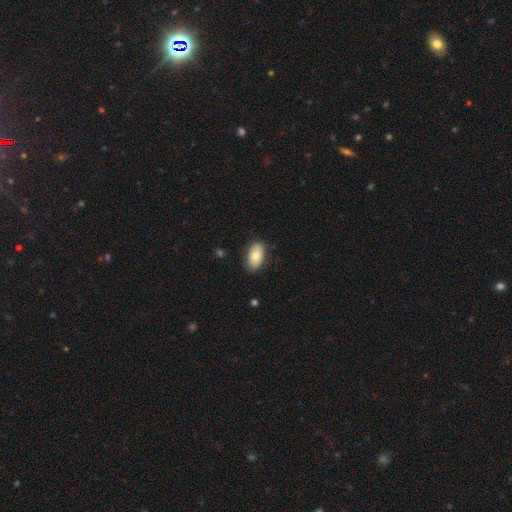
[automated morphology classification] A smooth galaxy with no disk features (77%) that is in between round and cigar-shaped (94%).

Vote fractions:
- Smooth or featured? smooth: 77% / featured or disk: 16% / star or artifact: 7%
- How rounded? in between: 94% / round: 5% / cigar-shaped: 2%
- Merging? none: 87% / minor disturbance: 10% / major disturbance: 2% / merger: 1%